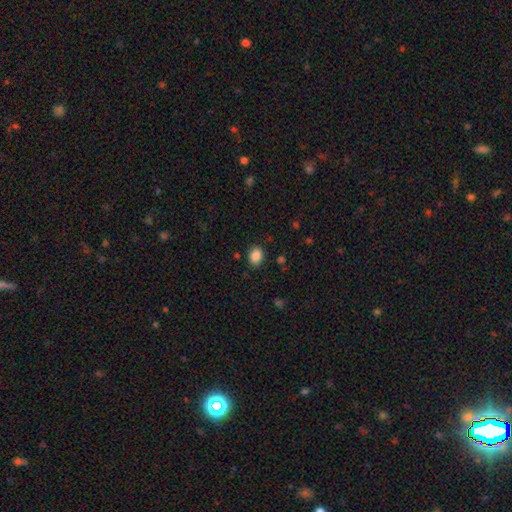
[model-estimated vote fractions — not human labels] Smooth or featured?
  - smooth: 87% *
  - star or artifact: 9%
  - featured or disk: 4%
How rounded?
  - in between: 61% *
  - round: 38%
  - cigar-shaped: 1%
Merging?
  - none: 84% *
  - minor disturbance: 11%
  - major disturbance: 3%
  - merger: 2%